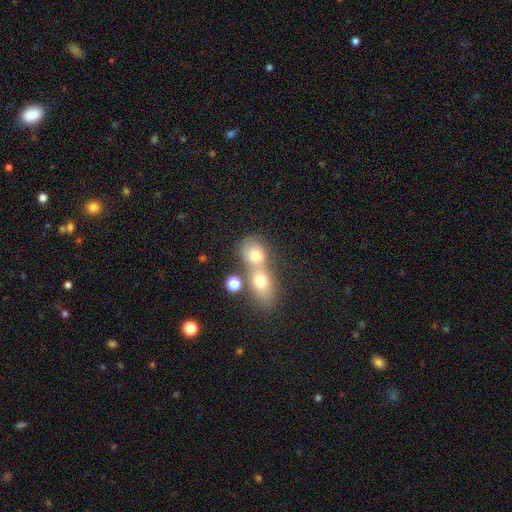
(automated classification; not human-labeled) This is likely a smooth galaxy (69%). How rounded: likely round (62%). Merging: possibly merger (59%).